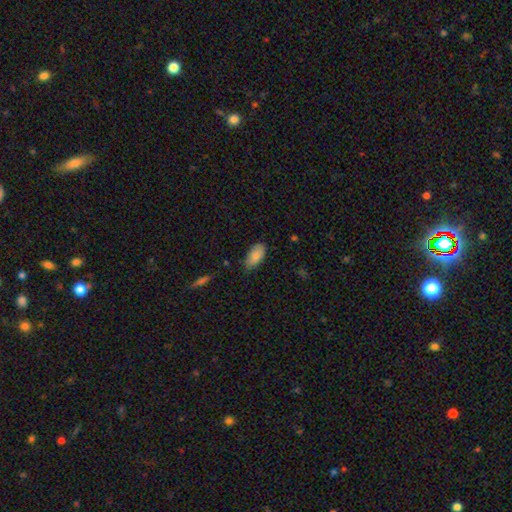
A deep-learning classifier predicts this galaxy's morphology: Q: Smooth or featured?
A: smooth (87%); runner-up: featured or disk (7%)
Q: How rounded?
A: in between (93%); runner-up: cigar-shaped (5%)
Q: Merging?
A: none (68%); runner-up: minor disturbance (26%)